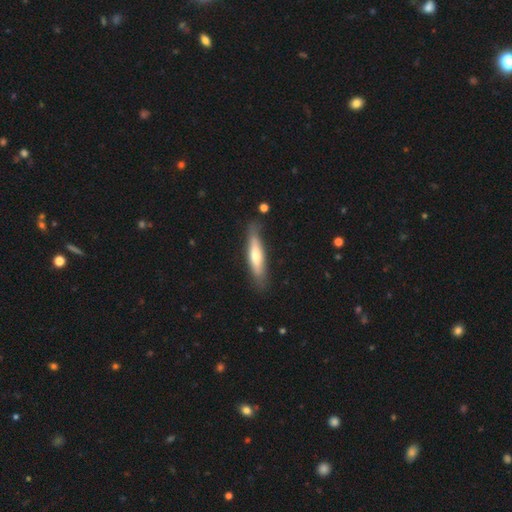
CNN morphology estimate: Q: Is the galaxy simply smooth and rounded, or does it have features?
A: smooth — 55%.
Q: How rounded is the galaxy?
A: cigar-shaped — 81%.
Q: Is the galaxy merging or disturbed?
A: none — 80%.